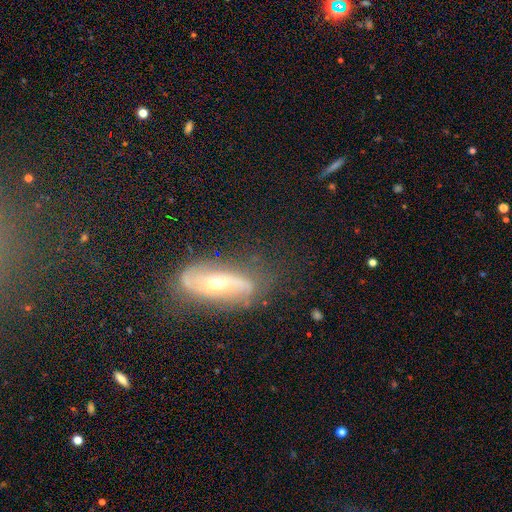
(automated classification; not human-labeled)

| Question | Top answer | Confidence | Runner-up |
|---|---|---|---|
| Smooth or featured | featured or disk | 60% | smooth (23%) |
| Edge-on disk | no | 74% | yes (26%) |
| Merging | none | 68% | minor disturbance (18%) |